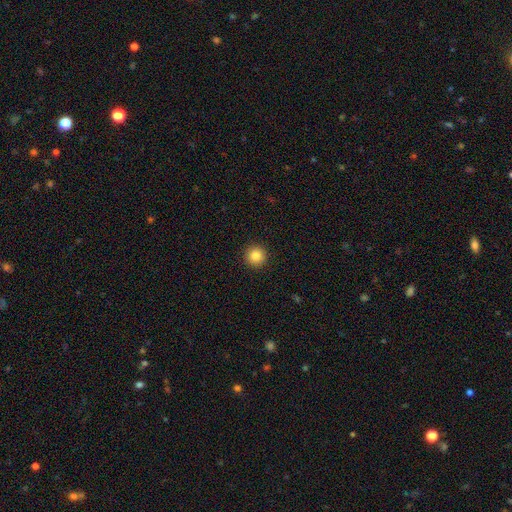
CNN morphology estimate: The model was most divided on "smooth or featured": smooth: 85%, star or artifact: 11%, featured or disk: 5%. More confident: how rounded — round (96%); merging — none (93%).